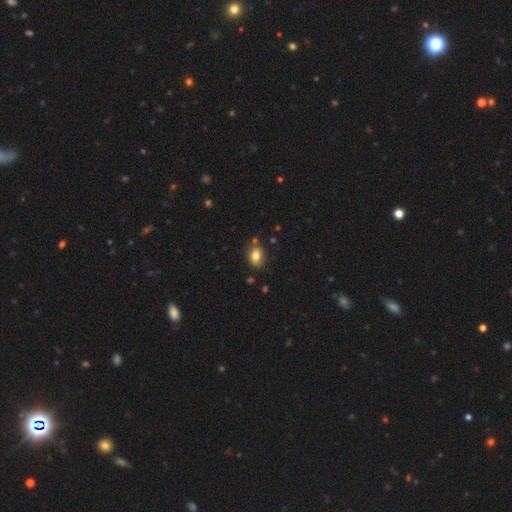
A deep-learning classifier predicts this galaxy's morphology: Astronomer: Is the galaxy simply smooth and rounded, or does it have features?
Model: smooth — 82%.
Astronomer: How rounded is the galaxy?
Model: in between — 74%.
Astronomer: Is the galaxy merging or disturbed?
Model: none — 74%.